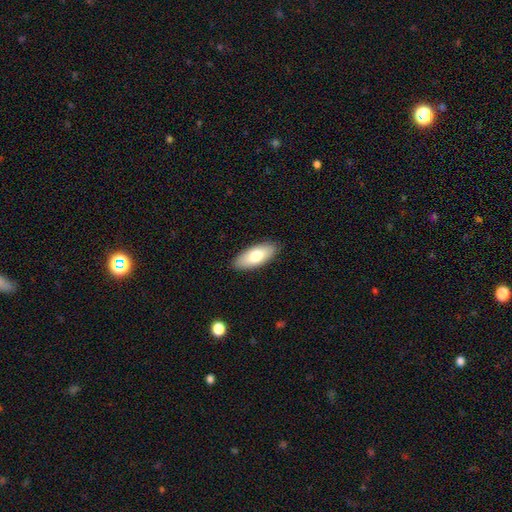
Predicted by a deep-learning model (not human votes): This is likely a smooth galaxy (76%). How rounded: clearly in between (84%). Merging: clearly none (89%).